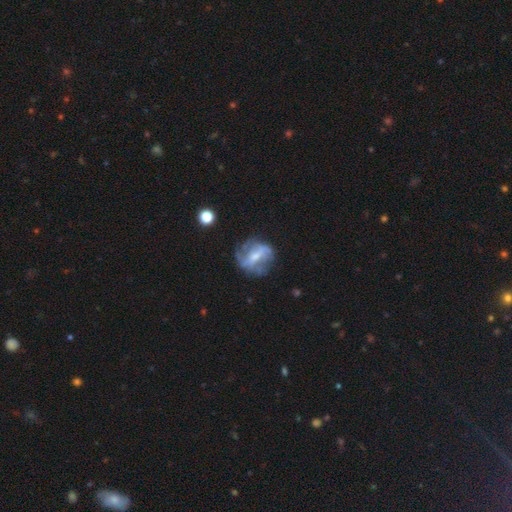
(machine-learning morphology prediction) Smooth or featured? Predicted: featured or disk (p=0.70). Edge-on disk? Predicted: no (p=0.95). Bar? Predicted: weak (p=0.43). Spiral arms? Predicted: yes (p=0.65). Bulge size? Predicted: moderate (p=0.43). Merging? Predicted: none (p=0.55).